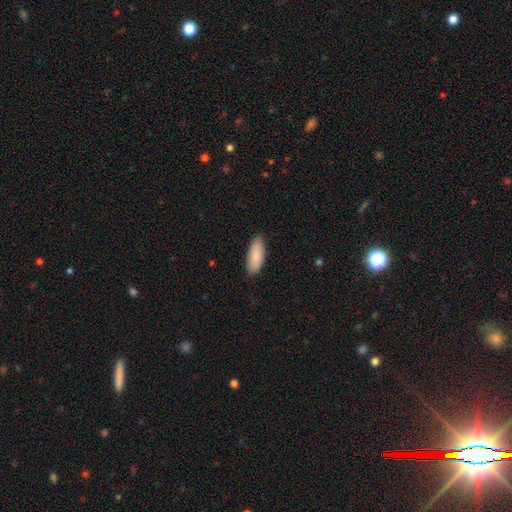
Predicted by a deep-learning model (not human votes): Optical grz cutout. It shows a smooth galaxy with no disk features (89%) that is in between round and cigar-shaped (79%). Merging: none (87%).